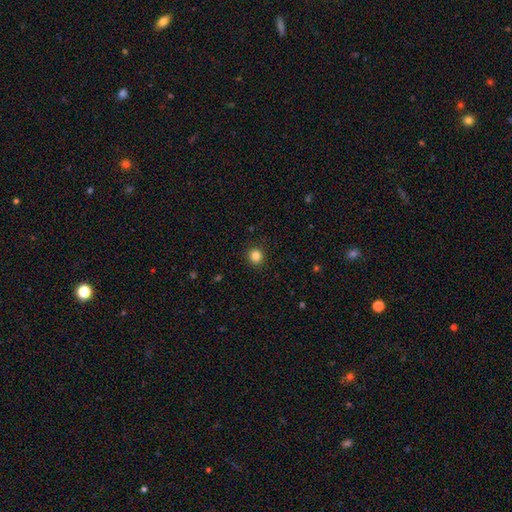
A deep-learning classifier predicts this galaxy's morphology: This is clearly a smooth galaxy (84%). How rounded: clearly round (92%). Merging: clearly none (93%).